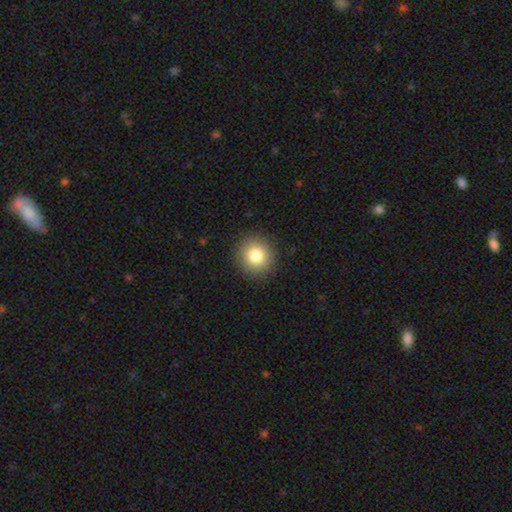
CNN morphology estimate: Smooth or featured?
  - smooth: 81% *
  - star or artifact: 11%
  - featured or disk: 8%
How rounded?
  - round: 92% *
  - in between: 7%
  - cigar-shaped: 1%
Merging?
  - none: 91% *
  - minor disturbance: 6%
  - major disturbance: 2%
  - merger: 1%